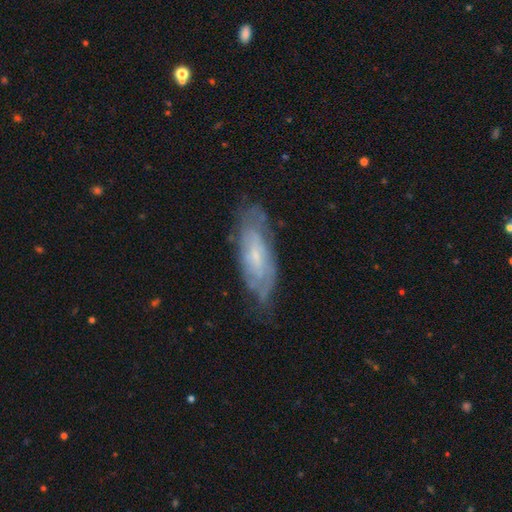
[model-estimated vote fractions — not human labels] This is likely a featured or disk galaxy (64%). It is clearly not viewed edge-on (81%). Bar: likely no (64%). Spiral arm pattern: likely yes (75%). Central bulge: likely small (68%). Merging: likely none (69%).